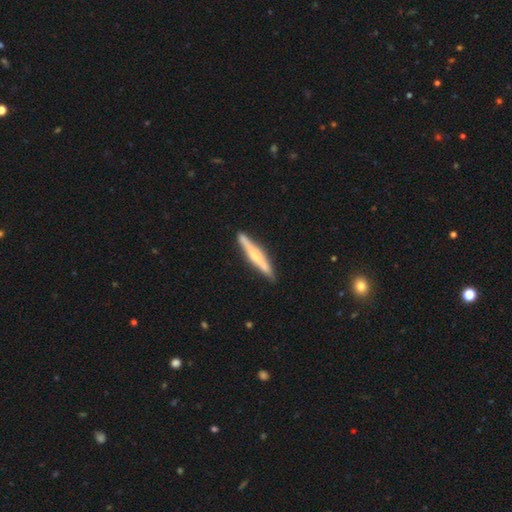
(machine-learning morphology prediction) The model was most divided on "smooth or featured": featured or disk: 57%, smooth: 38%, star or artifact: 5%. More confident: edge-on disk — yes (96%); merging — none (88%); edge-on bulge — rounded (62%).